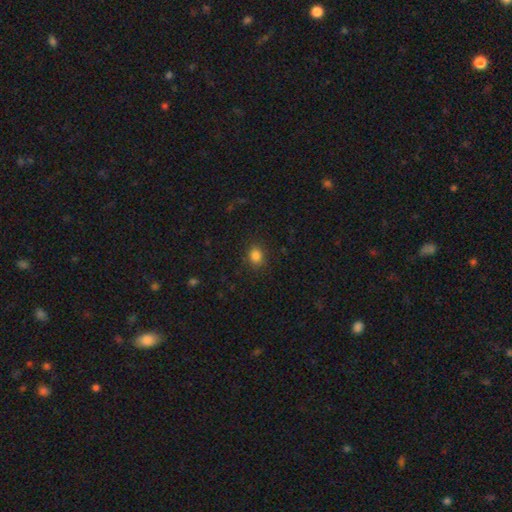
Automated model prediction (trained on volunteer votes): A smooth galaxy with no disk features (84%) that is round (64%). Merging: none (86%).